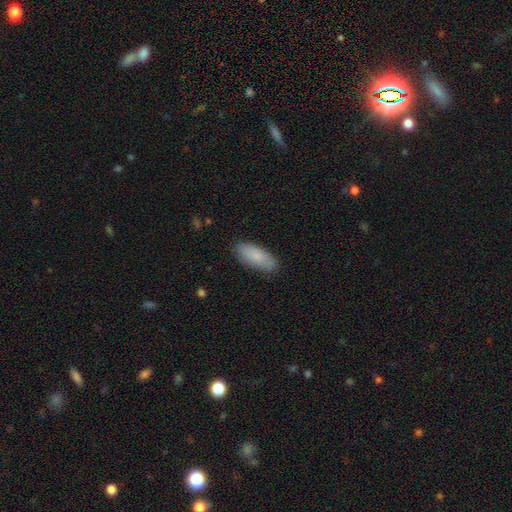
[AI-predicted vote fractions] smooth_or_featured: smooth (p=0.85) [alt: featured or disk p=0.09]
how_rounded: in between (p=0.82) [alt: cigar-shaped p=0.17]
merging: none (p=0.84) [alt: minor disturbance p=0.12]